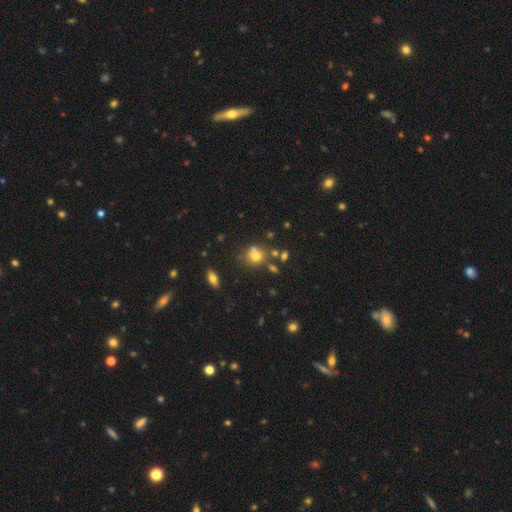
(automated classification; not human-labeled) Smooth or featured? Predicted: smooth (p=0.70). How rounded? Predicted: round (p=0.78). Merging? Predicted: none (p=0.56).